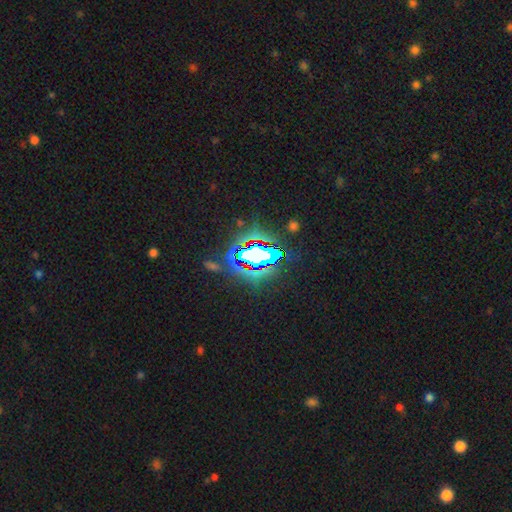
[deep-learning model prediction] Q: Smooth or featured?
A: star or artifact (70%); runner-up: smooth (18%)